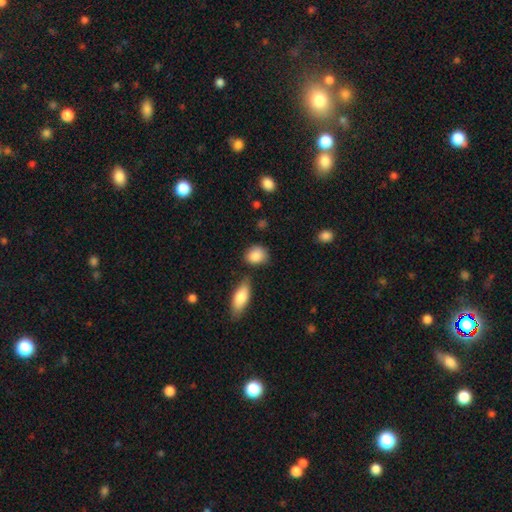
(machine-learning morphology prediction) The model was most divided on "how rounded": round: 50%, in between: 48%, cigar-shaped: 2%. More confident: smooth or featured — smooth (86%); merging — none (71%).